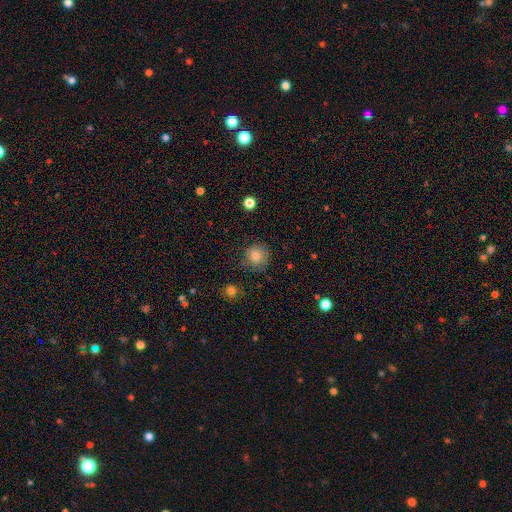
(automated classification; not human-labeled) The model was most divided on "merging": none: 81%, minor disturbance: 14%, major disturbance: 4%, merger: 2%. More confident: how rounded — round (92%); smooth or featured — smooth (81%).